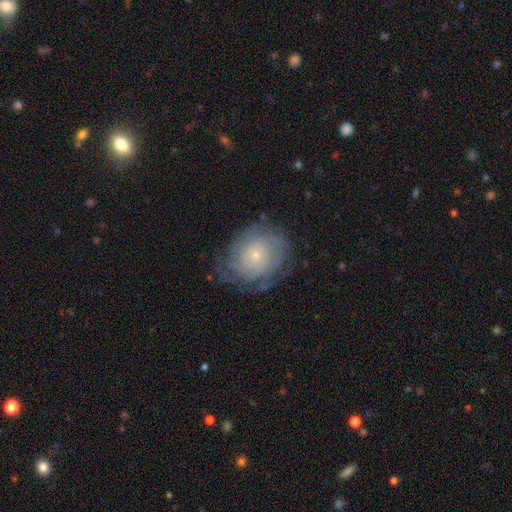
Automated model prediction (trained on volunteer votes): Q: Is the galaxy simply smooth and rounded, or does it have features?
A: featured or disk — 62%.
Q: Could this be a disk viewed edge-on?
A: no — 97%.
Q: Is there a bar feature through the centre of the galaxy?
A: no — 85%.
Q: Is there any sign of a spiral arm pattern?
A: yes — 81%.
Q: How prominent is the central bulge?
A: small — 79%.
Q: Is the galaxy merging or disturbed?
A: none — 66%.